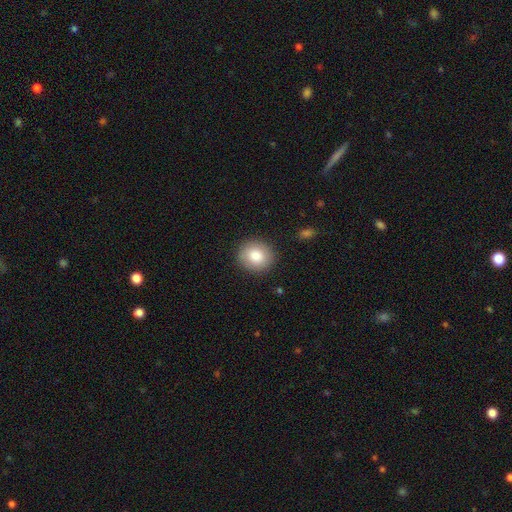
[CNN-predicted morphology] type=smooth (82%); roundness=round (85%); merging=none (89%).